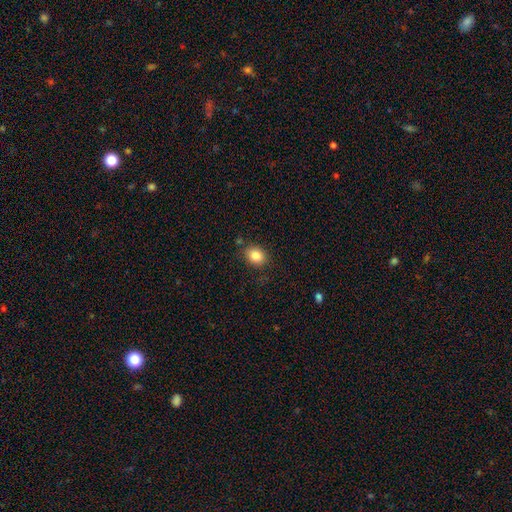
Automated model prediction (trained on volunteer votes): Smooth or featured: smooth — 83% (star or artifact — 9%)
How rounded: in between — 61% (round — 39%)
Merging: none — 83% (minor disturbance — 11%)